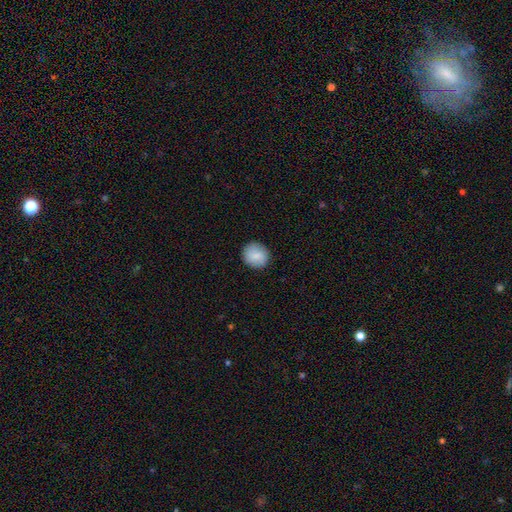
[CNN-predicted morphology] Q: Smooth or featured?
A: smooth (82%); runner-up: featured or disk (11%)
Q: How rounded?
A: round (90%); runner-up: in between (9%)
Q: Merging?
A: none (90%); runner-up: minor disturbance (7%)